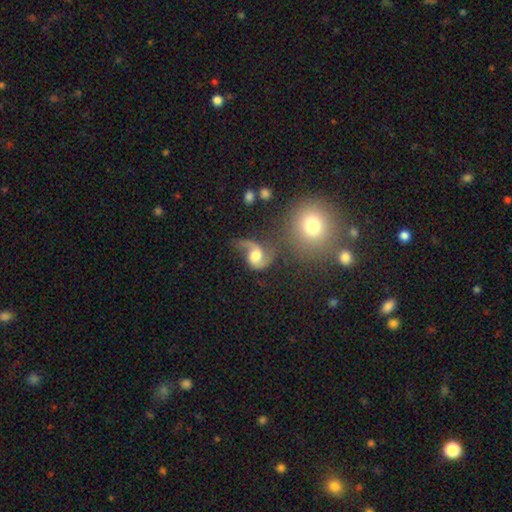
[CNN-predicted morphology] A featured or disk galaxy (81%) with no bar (56%), 2 (86%) loose (65%) spiral arms (95%) and a moderate central bulge (51%). Merging: none (42%).